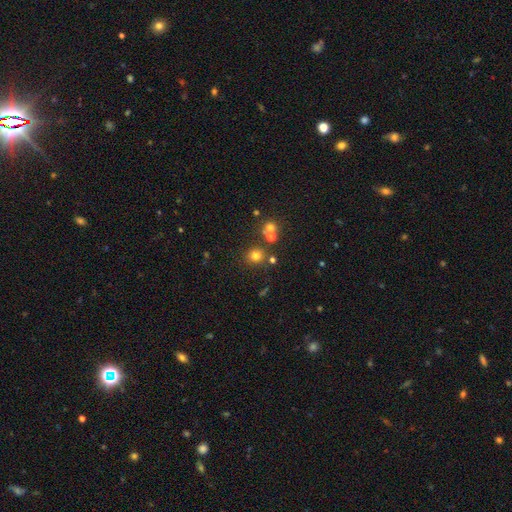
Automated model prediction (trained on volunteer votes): Q: Smooth or featured?
A: smooth (73%); runner-up: star or artifact (18%)
Q: How rounded?
A: round (83%); runner-up: in between (16%)
Q: Merging?
A: none (76%); runner-up: merger (11%)